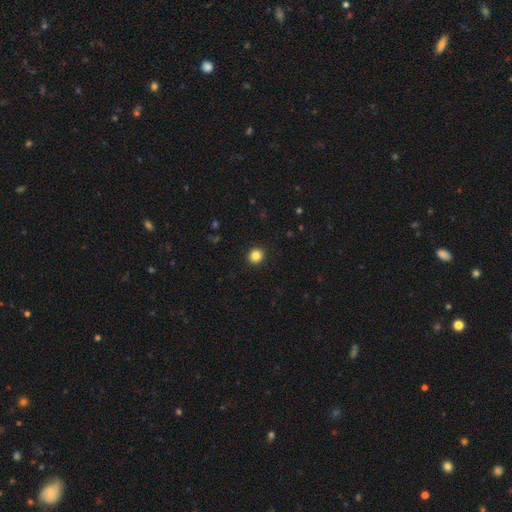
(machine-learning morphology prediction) Smooth or featured? Predicted: smooth (p=0.85). How rounded? Predicted: round (p=0.91). Merging? Predicted: none (p=0.93).